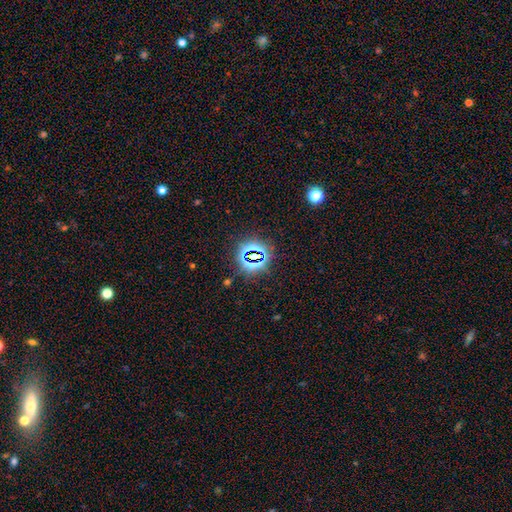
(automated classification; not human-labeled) smooth-or-featured: star or artifact: 77% | smooth: 15% | featured or disk: 8%